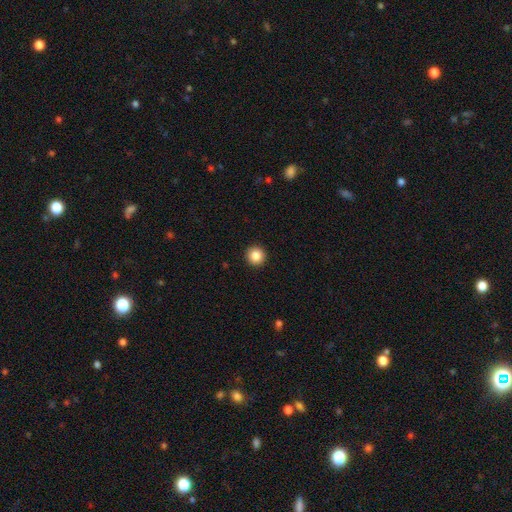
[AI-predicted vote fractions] This appears to be a smooth galaxy with no disk features (86%) that is round (96%). Merging: none (93%).